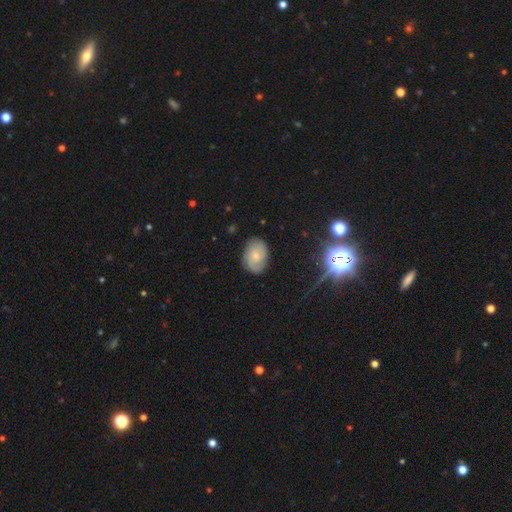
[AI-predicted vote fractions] This is possibly a featured or disk galaxy (54%). It is clearly not viewed edge-on (96%). Bar: likely no (78%). Spiral arm pattern: clearly yes (85%). Central bulge: likely small (70%). Merging: likely none (78%).